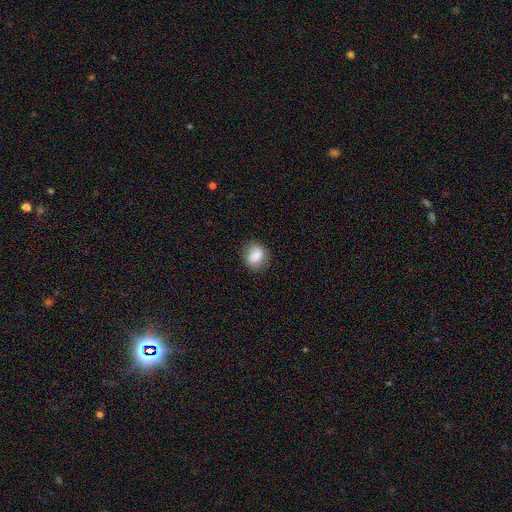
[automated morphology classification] A smooth galaxy with no disk features (82%) that is round (60%).

Vote fractions:
- Smooth or featured? smooth: 82% / featured or disk: 10% / star or artifact: 8%
- How rounded? round: 60% / in between: 38% / cigar-shaped: 1%
- Merging? none: 81% / minor disturbance: 14% / major disturbance: 4% / merger: 1%